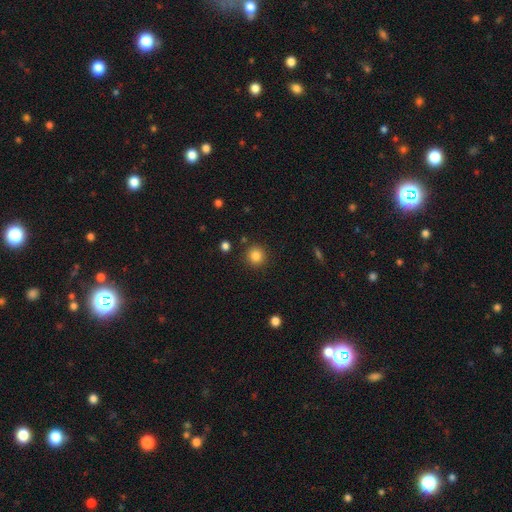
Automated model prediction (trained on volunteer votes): Smooth or featured? smooth (85%)
How rounded? round (93%)
Merging? none (89%)